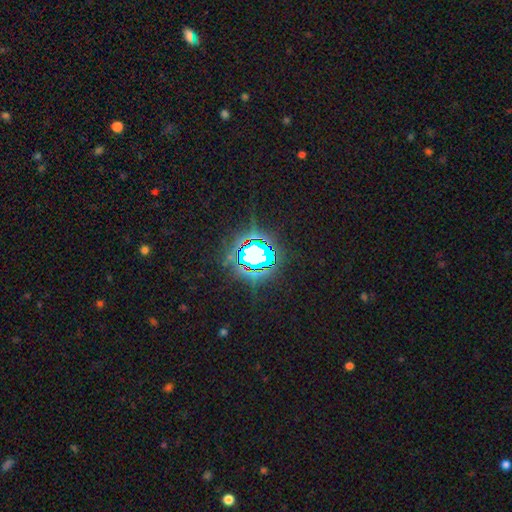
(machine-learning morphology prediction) A star or artifact, not a galaxy (76%).

Vote fractions:
- Smooth or featured? star or artifact: 76% / smooth: 12% / featured or disk: 11%